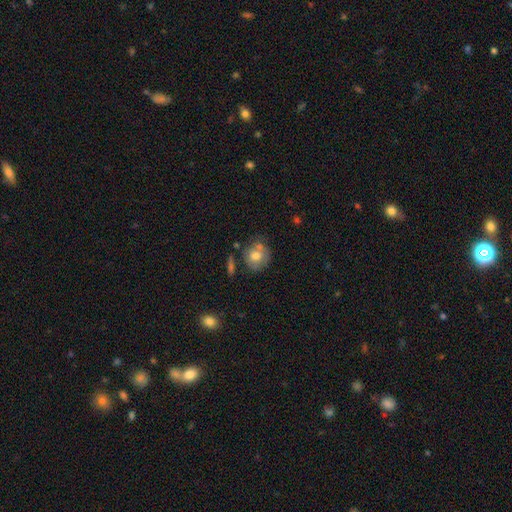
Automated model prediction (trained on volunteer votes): Smooth or featured: smooth — 68% (featured or disk — 24%)
How rounded: round — 70% (in between — 29%)
Merging: none — 52% (minor disturbance — 22%)